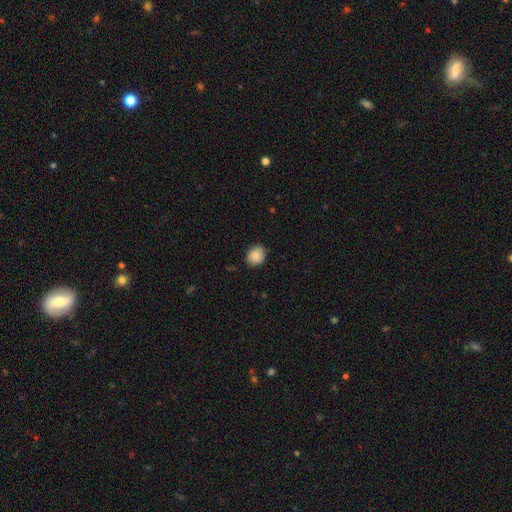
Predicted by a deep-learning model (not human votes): This appears to be a smooth galaxy with no disk features (87%) that is round (69%). Merging: none (86%).